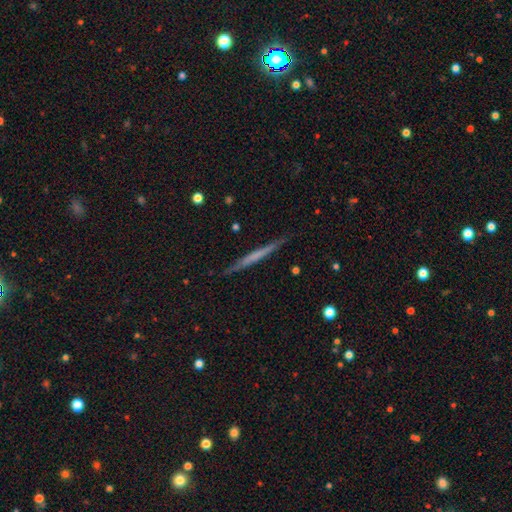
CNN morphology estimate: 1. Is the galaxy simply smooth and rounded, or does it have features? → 52% featured or disk, 43% smooth, 6% star or artifact.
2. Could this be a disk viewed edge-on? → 97% yes, 3% no.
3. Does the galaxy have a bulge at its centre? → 86% none, 7% rounded, 6% boxy.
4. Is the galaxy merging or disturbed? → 89% none, 8% minor disturbance, 2% major disturbance, 1% merger.